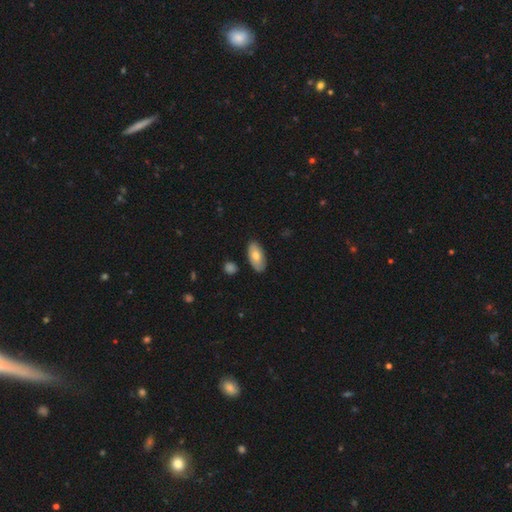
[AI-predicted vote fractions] smooth_or_featured: smooth (p=0.73) [alt: featured or disk p=0.21]
how_rounded: in between (p=0.92) [alt: cigar-shaped p=0.05]
merging: none (p=0.83) [alt: minor disturbance p=0.13]